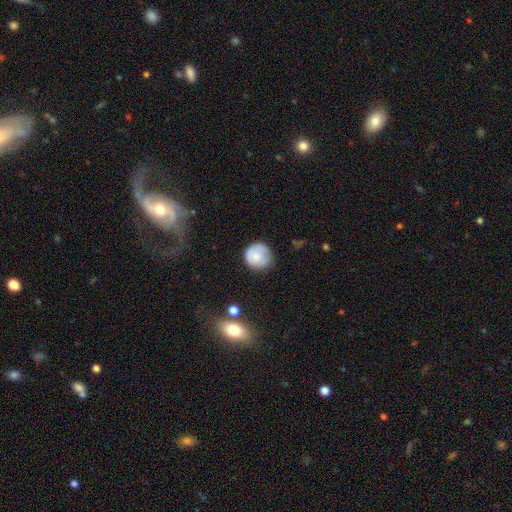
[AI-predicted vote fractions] A smooth galaxy with no disk features (78%) that is round (92%). Merging: none (74%).